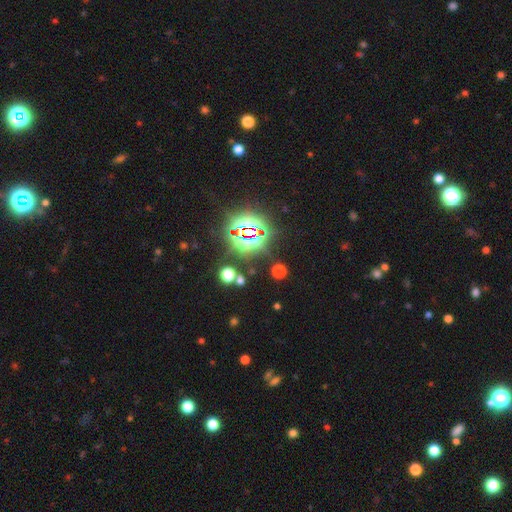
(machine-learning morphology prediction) Q: Smooth or featured?
A: star or artifact (82%); runner-up: smooth (11%)